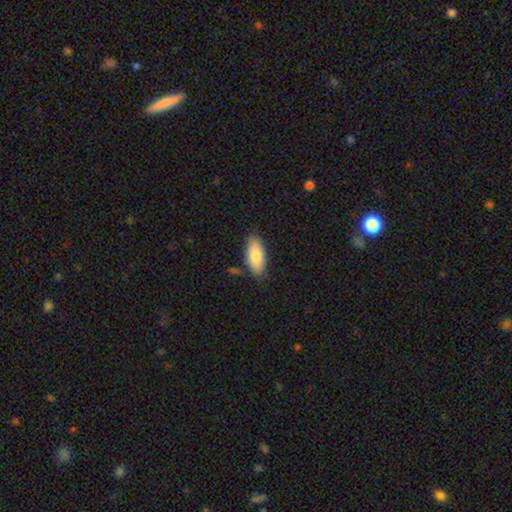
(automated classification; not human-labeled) Q: Smooth or featured?
A: smooth (84%); runner-up: featured or disk (10%)
Q: How rounded?
A: in between (89%); runner-up: cigar-shaped (9%)
Q: Merging?
A: none (80%); runner-up: minor disturbance (14%)